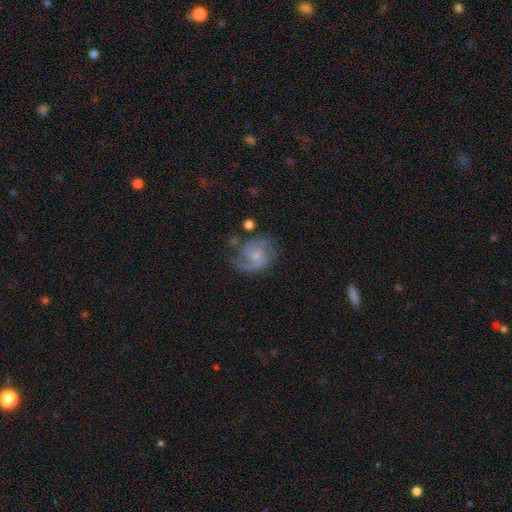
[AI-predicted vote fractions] Smooth or featured? featured or disk (75%)
Edge-on disk? no (98%)
Bar? no (65%)
Spiral arms? yes (92%)
Spiral winding? medium (45%)
Spiral arm count? 2 (47%)
Bulge size? small (58%)
Merging? none (56%)